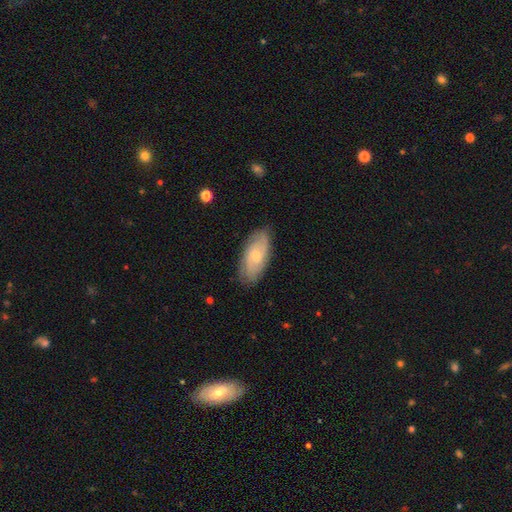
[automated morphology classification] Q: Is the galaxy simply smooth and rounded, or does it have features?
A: featured or disk — 58%.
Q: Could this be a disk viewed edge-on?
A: no — 91%.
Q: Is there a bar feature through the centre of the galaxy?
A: no — 64%.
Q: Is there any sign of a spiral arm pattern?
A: yes — 81%.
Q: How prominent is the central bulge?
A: small — 63%.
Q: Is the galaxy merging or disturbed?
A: none — 81%.